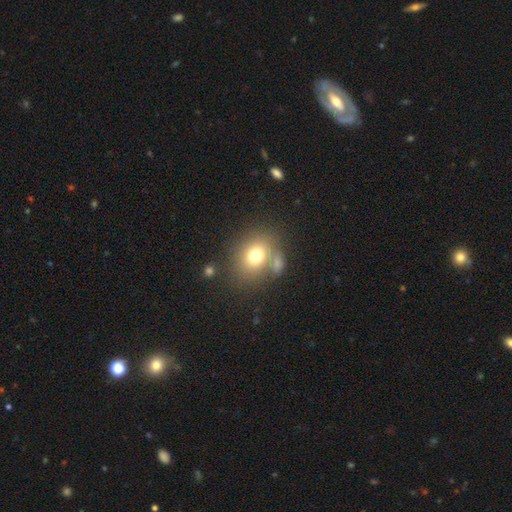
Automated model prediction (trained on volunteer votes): smooth-or-featured: smooth: 74% | featured or disk: 14% | star or artifact: 12%
  how-rounded: round: 56% | in between: 43% | cigar-shaped: 1%
  merging: none: 63% | merger: 18% | minor disturbance: 13% | major disturbance: 6%